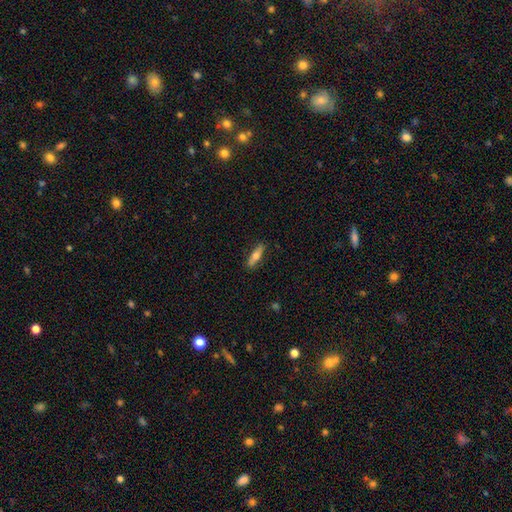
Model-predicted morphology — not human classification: type=smooth (57%); roundness=cigar-shaped (66%); merging=none (84%).